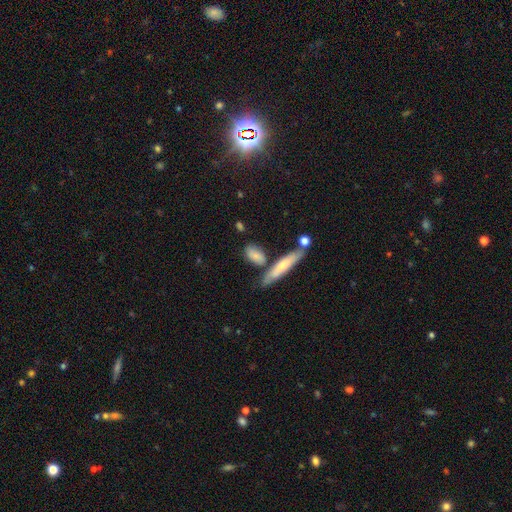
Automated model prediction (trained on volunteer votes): This appears to be a smooth galaxy with no disk features (74%) that is in between round and cigar-shaped (62%). Merging: none (56%).